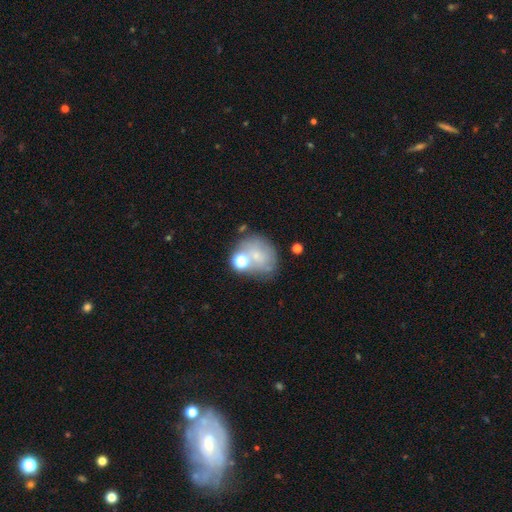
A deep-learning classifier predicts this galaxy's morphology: smooth_or_featured: smooth (p=0.57) [alt: featured or disk p=0.29]
how_rounded: round (p=0.58) [alt: in between p=0.41]
merging: none (p=0.49) [alt: minor disturbance p=0.20]